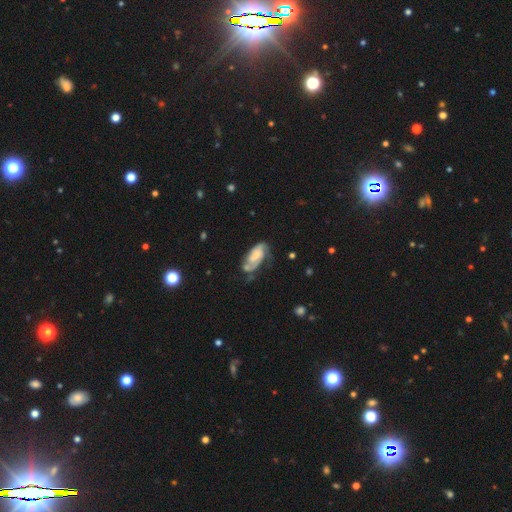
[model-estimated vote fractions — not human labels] The model was most divided on "spiral winding": tight: 43%, medium: 41%, loose: 16%. Remaining: edge-on disk — no (95%); spiral arms — yes (91%); smooth or featured — featured or disk (69%); spiral arm count — 2 (64%); bar — no (54%); merging — none (47%); bulge size — small (40%).